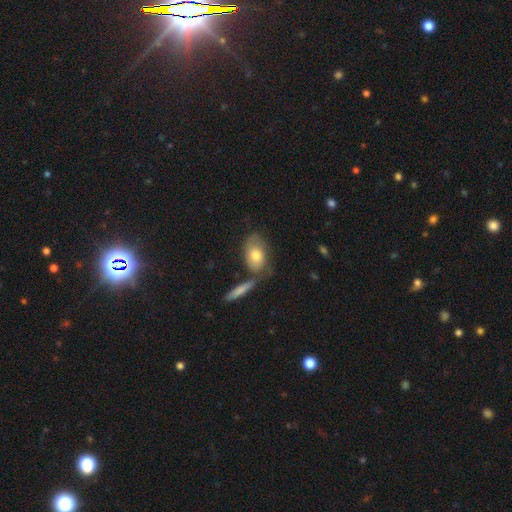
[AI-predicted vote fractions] Morphology: type=smooth (72%); roundness=in between (85%); merging=none (55%).